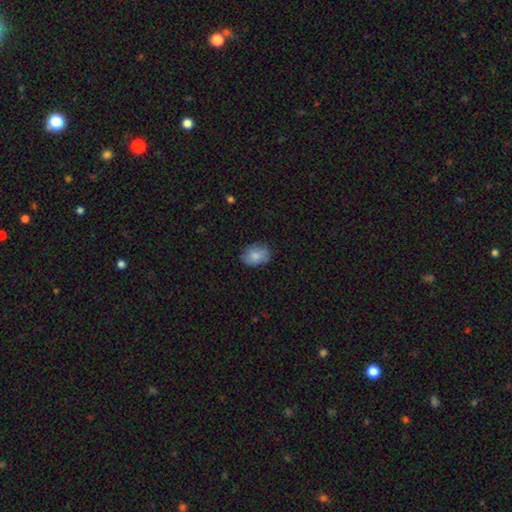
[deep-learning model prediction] smooth_or_featured: smooth (p=0.82) [alt: featured or disk p=0.11]
how_rounded: in between (p=0.72) [alt: round p=0.27]
merging: none (p=0.80) [alt: minor disturbance p=0.16]